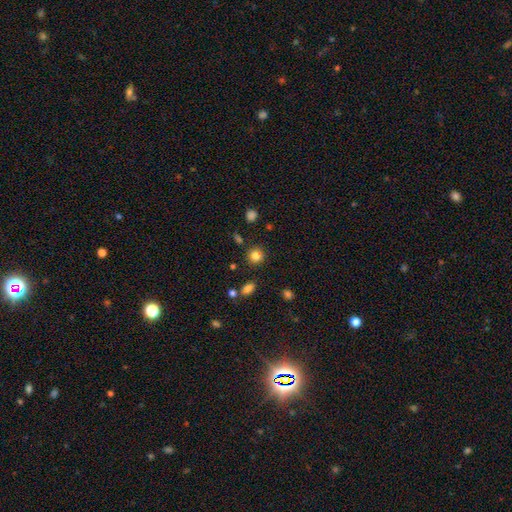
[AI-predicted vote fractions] smooth 83%, star or artifact 12%, featured or disk 5%. Down the decision tree: how rounded — round (88%); merging — none (86%).